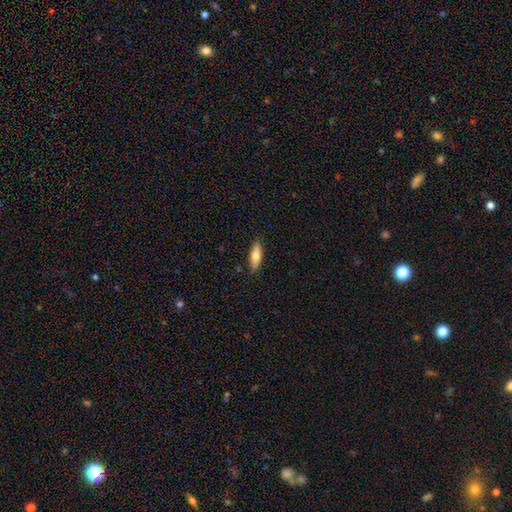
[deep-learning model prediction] This is likely a smooth galaxy (70%). How rounded: possibly in between (57%). Merging: clearly none (88%).